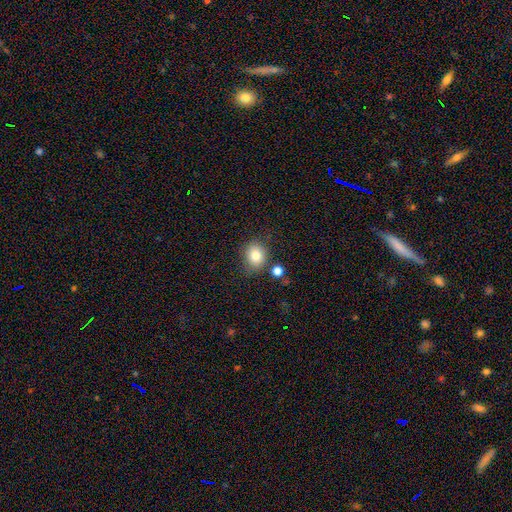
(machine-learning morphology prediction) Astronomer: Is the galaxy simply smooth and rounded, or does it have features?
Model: smooth — 82%.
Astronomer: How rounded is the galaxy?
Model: round — 64%.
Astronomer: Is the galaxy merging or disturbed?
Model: none — 75%.